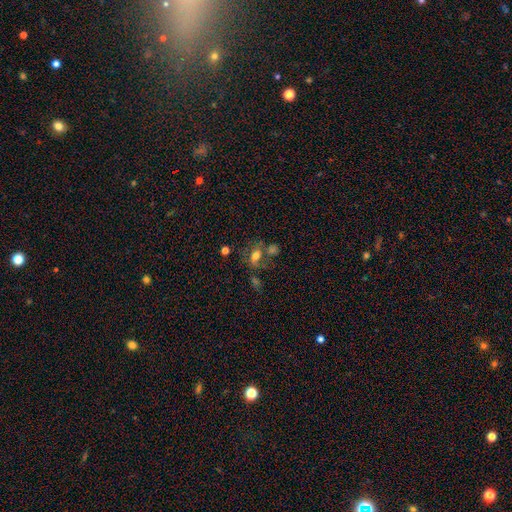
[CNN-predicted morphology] Smooth or featured: smooth — 57% (featured or disk — 28%)
How rounded: in between — 73% (round — 24%)
Merging: none — 38% (merger — 31%)